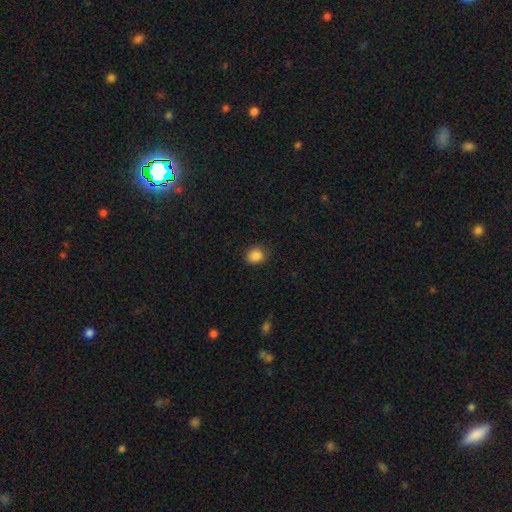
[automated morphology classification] Overall: smooth (87%). How rounded: round (60%; in between 39%). Merging: none (83%).